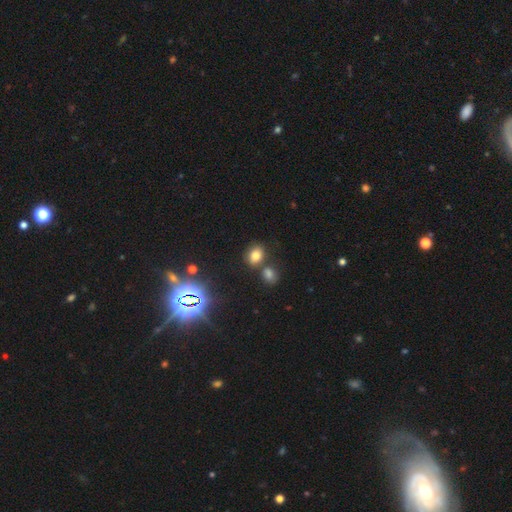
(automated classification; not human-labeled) Smooth or featured: smooth — 75% (star or artifact — 18%)
How rounded: in between — 59% (round — 40%)
Merging: none — 65% (merger — 19%)